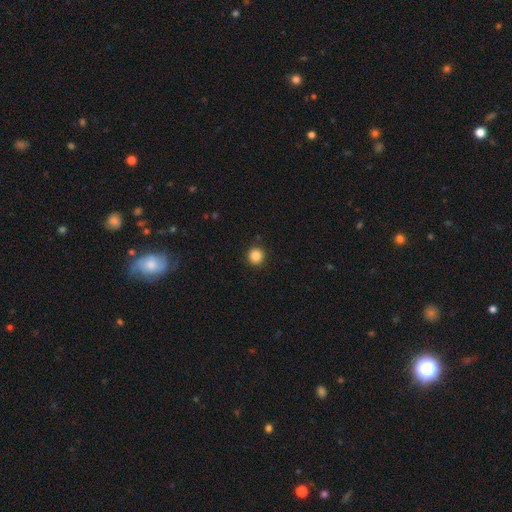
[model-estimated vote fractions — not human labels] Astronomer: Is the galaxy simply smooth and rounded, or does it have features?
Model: smooth — 86%.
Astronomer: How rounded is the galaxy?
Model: round — 94%.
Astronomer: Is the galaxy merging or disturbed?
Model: none — 91%.